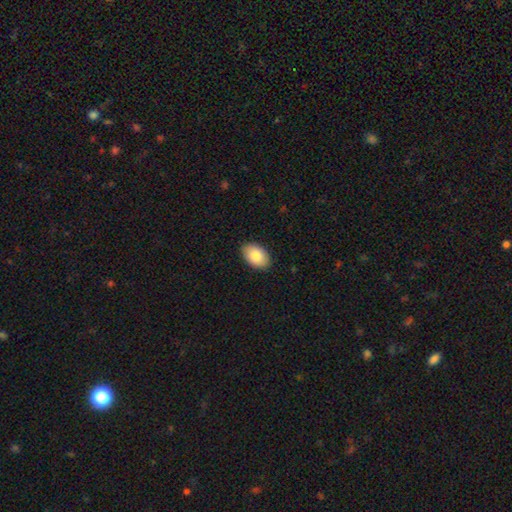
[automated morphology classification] Smooth or featured? smooth (84%)
How rounded? in between (90%)
Merging? none (89%)